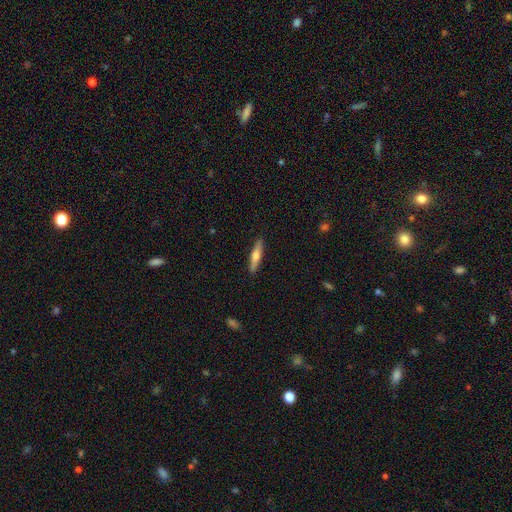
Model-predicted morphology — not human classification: A smooth galaxy with no disk features (55%) that is cigar-shaped (82%). Merging: none (90%).